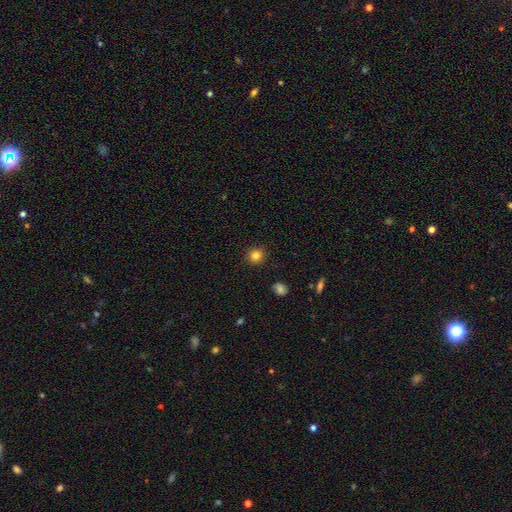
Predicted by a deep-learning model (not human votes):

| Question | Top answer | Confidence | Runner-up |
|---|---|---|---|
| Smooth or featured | smooth | 83% | star or artifact (12%) |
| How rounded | round | 91% | in between (8%) |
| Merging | none | 91% | minor disturbance (6%) |